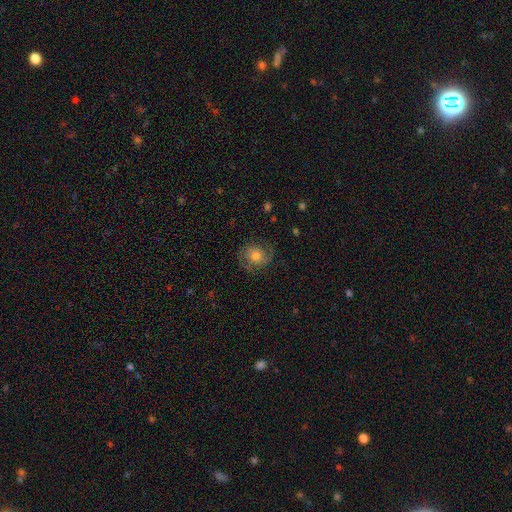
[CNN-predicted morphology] This appears to be a featured or disk galaxy (53%) with no bar (77%), spiral arms (85%) and a moderate central bulge (63%). Merging: none (75%).